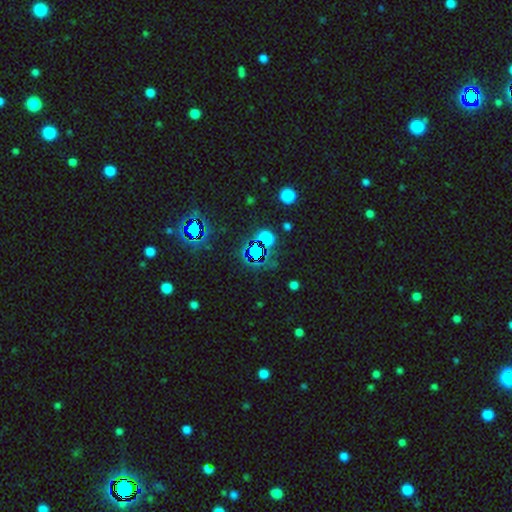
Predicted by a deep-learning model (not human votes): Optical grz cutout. It shows a star or artifact, not a galaxy (72%).